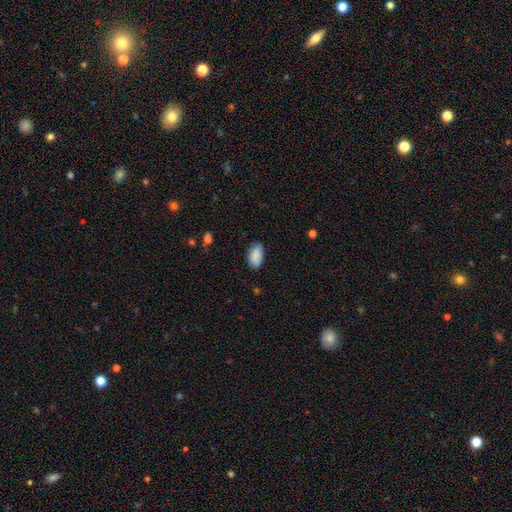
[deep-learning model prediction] smooth 89%, star or artifact 6%, featured or disk 5%. Down the decision tree: how rounded — in between (95%); merging — none (79%).